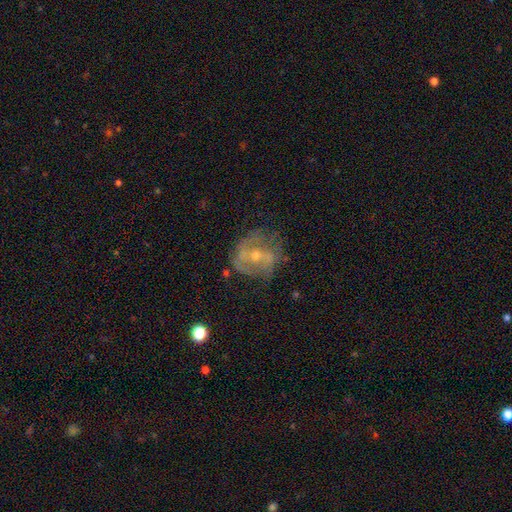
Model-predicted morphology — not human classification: This appears to be a featured or disk galaxy (71%) with no bar (46%), spiral arms (63%) and a small central bulge (55%). Merging: none (55%).